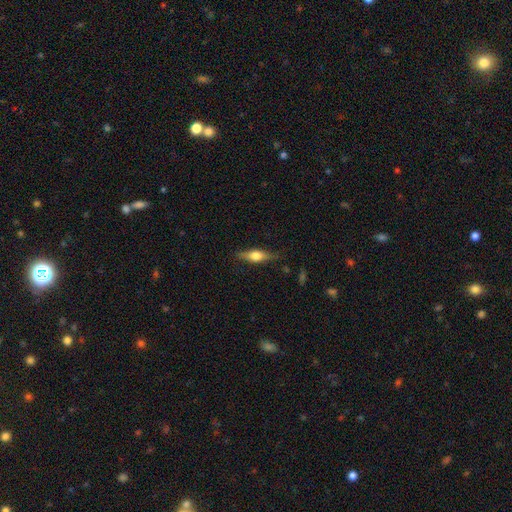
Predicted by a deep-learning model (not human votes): smooth-or-featured: featured or disk: 53% | smooth: 41% | star or artifact: 6%
  disk-edge-on: yes: 94% | no: 6%
  merging: none: 84% | minor disturbance: 12% | major disturbance: 3% | merger: 1%